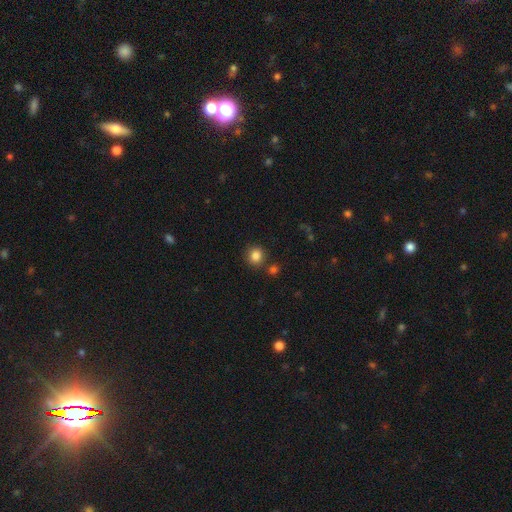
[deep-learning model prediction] This is clearly a smooth galaxy (85%). How rounded: clearly round (87%). Merging: clearly none (81%).